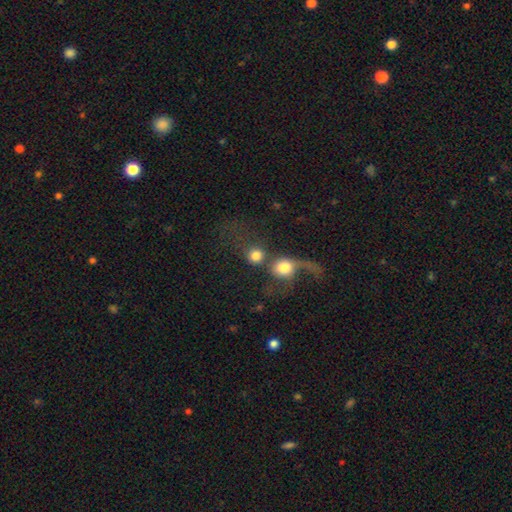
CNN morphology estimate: This is likely a smooth galaxy (74%). How rounded: clearly round (84%). Merging: possibly merger (58%).